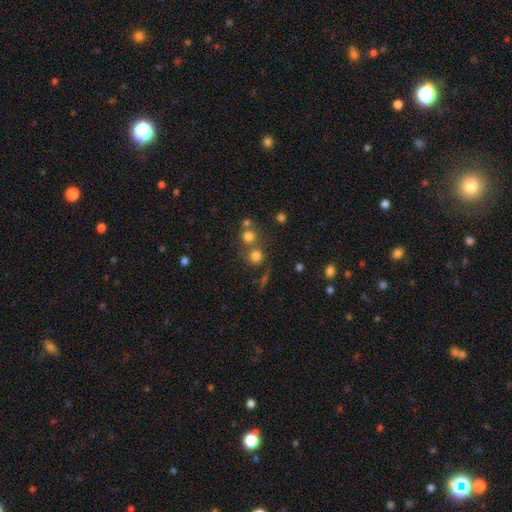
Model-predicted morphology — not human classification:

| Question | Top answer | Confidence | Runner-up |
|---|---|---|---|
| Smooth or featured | smooth | 75% | star or artifact (16%) |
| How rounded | round | 91% | in between (8%) |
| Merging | none | 60% | merger (28%) |